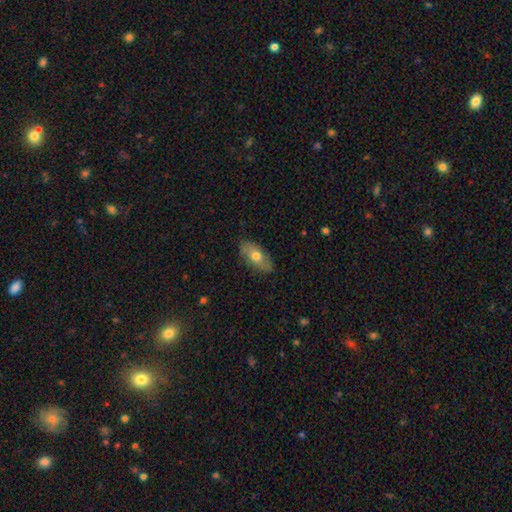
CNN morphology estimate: Smooth or featured? Predicted: smooth (p=0.62). How rounded? Predicted: in between (p=0.87). Merging? Predicted: none (p=0.85).